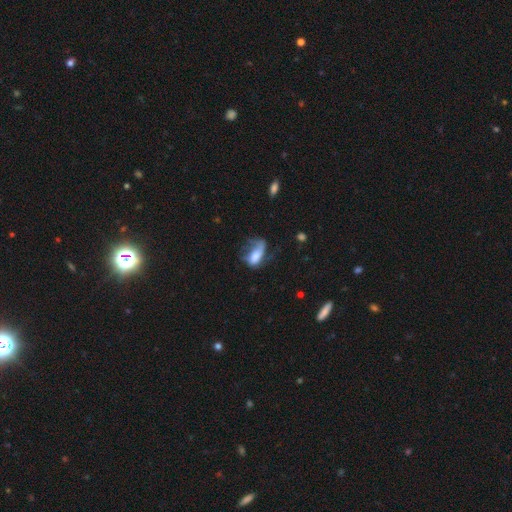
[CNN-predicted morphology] Smooth or featured: smooth — 60% (featured or disk — 31%)
How rounded: in between — 84% (cigar-shaped — 10%)
Merging: major disturbance — 43% (none — 27%)